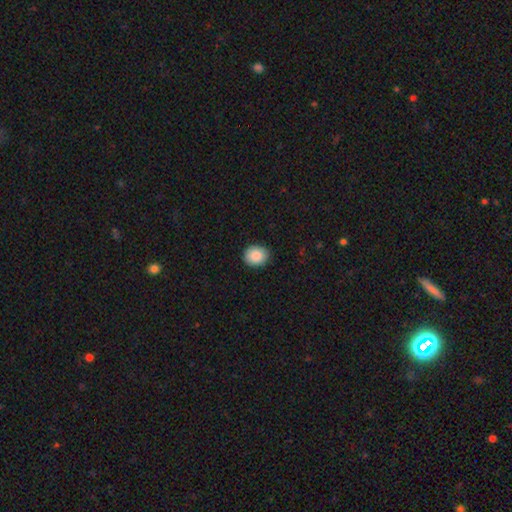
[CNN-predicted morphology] The model was most divided on "how rounded": round: 69%, in between: 31%, cigar-shaped: 1%. More confident: merging — none (89%); smooth or featured — smooth (89%).